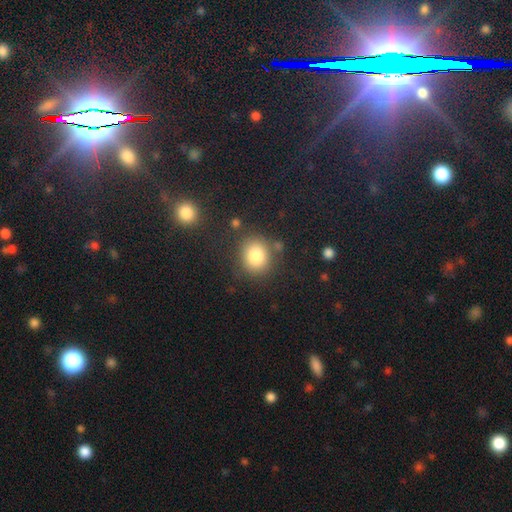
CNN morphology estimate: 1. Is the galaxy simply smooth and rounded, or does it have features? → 82% smooth, 10% star or artifact, 8% featured or disk.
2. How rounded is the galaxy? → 73% round, 26% in between, 1% cigar-shaped.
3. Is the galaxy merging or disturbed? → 78% none, 11% minor disturbance, 6% merger, 5% major disturbance.